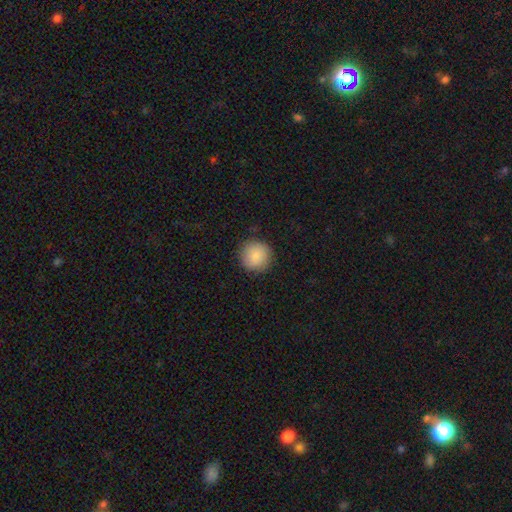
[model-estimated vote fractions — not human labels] Smooth or featured?
  - smooth: 88% *
  - star or artifact: 7%
  - featured or disk: 5%
How rounded?
  - round: 94% *
  - in between: 5%
  - cigar-shaped: 1%
Merging?
  - none: 89% *
  - minor disturbance: 8%
  - major disturbance: 2%
  - merger: 1%